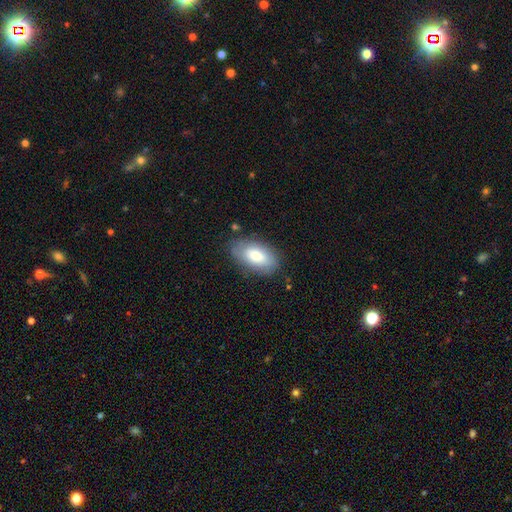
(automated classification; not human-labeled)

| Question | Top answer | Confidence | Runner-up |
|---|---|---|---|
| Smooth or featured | smooth | 78% | featured or disk (16%) |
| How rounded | in between | 93% | round (4%) |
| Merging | none | 79% | minor disturbance (16%) |